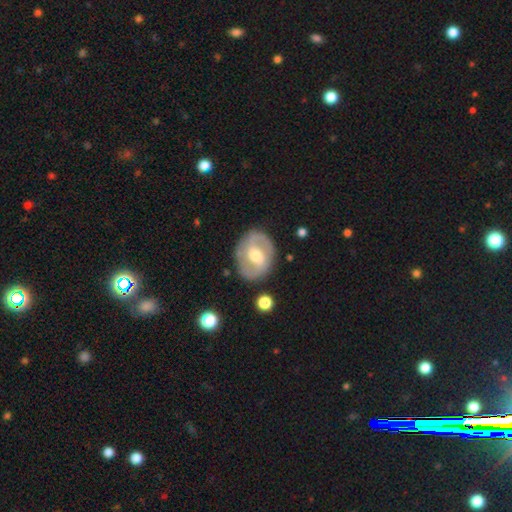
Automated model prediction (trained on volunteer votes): Morphology: type=featured or disk (74%); edge-on=no (96%); bar=weak (47%); spiral arms=yes (78%); winding=medium (47%); arm count=2 (85%); bulge=moderate (72%); merging=none (83%).